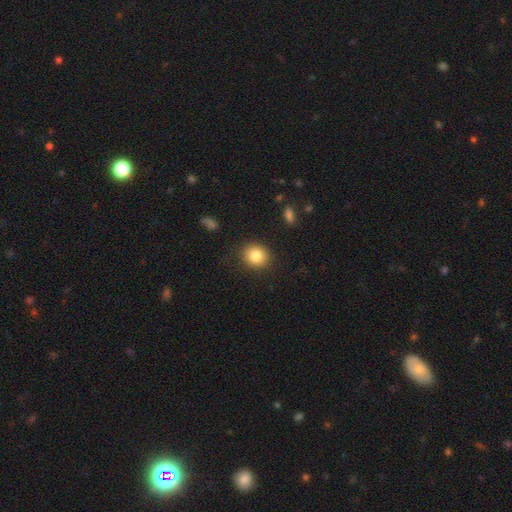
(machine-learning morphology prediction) Smooth or featured? smooth (84%)
How rounded? round (79%)
Merging? none (87%)